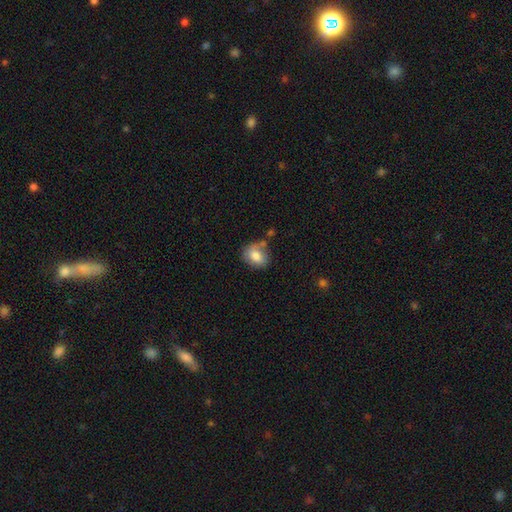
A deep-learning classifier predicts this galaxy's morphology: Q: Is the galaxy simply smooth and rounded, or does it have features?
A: smooth — 79%.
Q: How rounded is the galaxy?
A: in between — 55%.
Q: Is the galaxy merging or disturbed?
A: none — 58%.